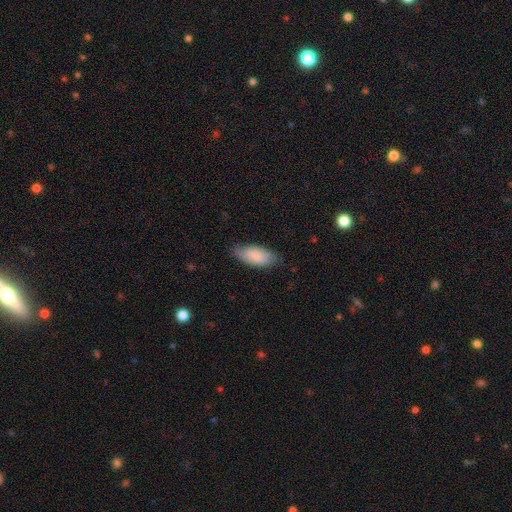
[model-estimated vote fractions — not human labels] smooth-or-featured: smooth: 83% | featured or disk: 11% | star or artifact: 6%
  how-rounded: in between: 88% | cigar-shaped: 10% | round: 2%
  merging: none: 70% | minor disturbance: 24% | major disturbance: 4% | merger: 1%